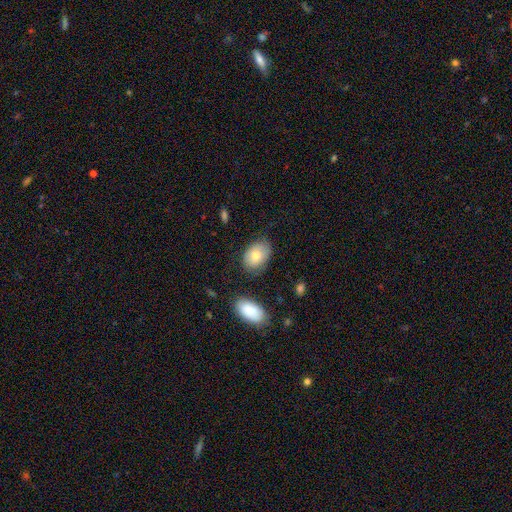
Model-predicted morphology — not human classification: Smooth or featured? smooth (77%)
How rounded? in between (85%)
Merging? none (72%)